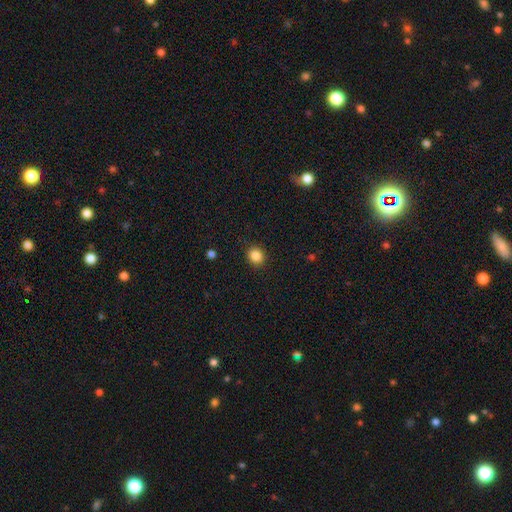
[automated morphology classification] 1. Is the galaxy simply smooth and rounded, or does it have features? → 86% smooth, 10% star or artifact, 4% featured or disk.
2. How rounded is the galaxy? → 75% round, 24% in between, 1% cigar-shaped.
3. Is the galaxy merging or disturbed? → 90% none, 7% minor disturbance, 2% major disturbance, 1% merger.